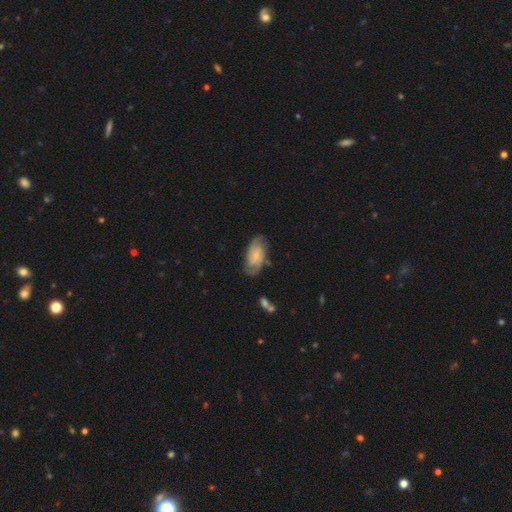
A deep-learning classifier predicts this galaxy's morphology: featured or disk 69%, smooth 25%, star or artifact 6%. Down the decision tree: edge-on disk — no (96%); bar — no (62%); spiral arms — yes (94%); spiral arm count — 2 (75%); spiral winding — tight (43%); bulge size — small (59%); merging — none (73%).